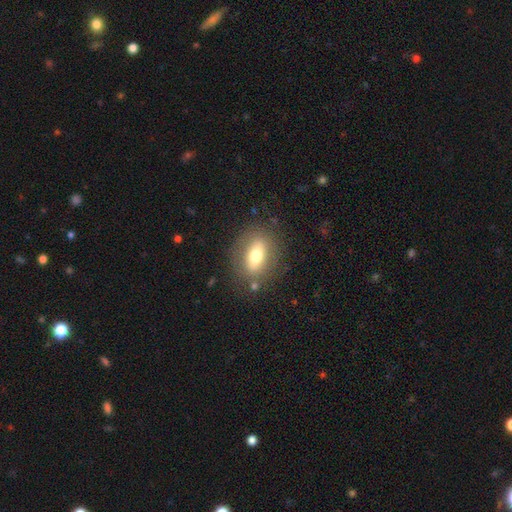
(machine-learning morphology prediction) type=smooth (60%); roundness=in between (73%); merging=none (80%).